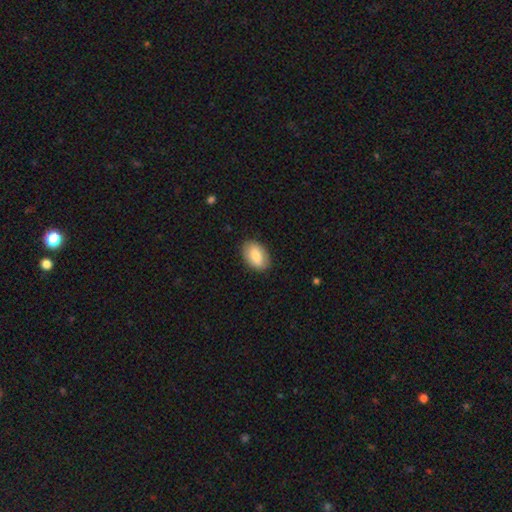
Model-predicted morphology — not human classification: This appears to be a smooth galaxy with no disk features (80%) that is in between round and cigar-shaped (92%). Merging: none (86%).